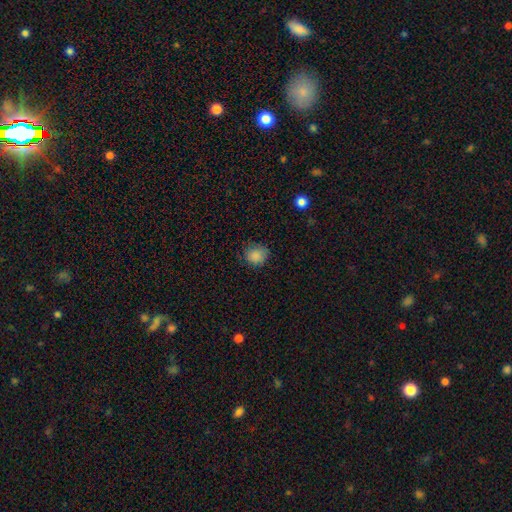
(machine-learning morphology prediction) smooth 84%, star or artifact 11%, featured or disk 5%. Down the decision tree: how rounded — round (77%); merging — none (76%).